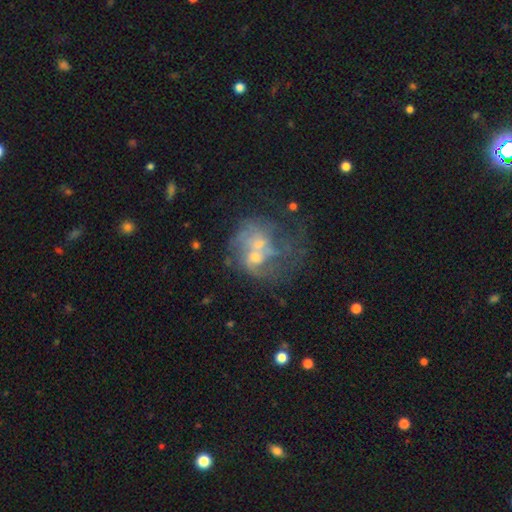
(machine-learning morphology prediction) The model was most divided on "spiral arms" (2-way tie): yes: 50%, no: 50%. Remaining: edge-on disk — no (98%); bar — no (79%); smooth or featured — featured or disk (66%); bulge size — small (44%); merging — merger (35%).